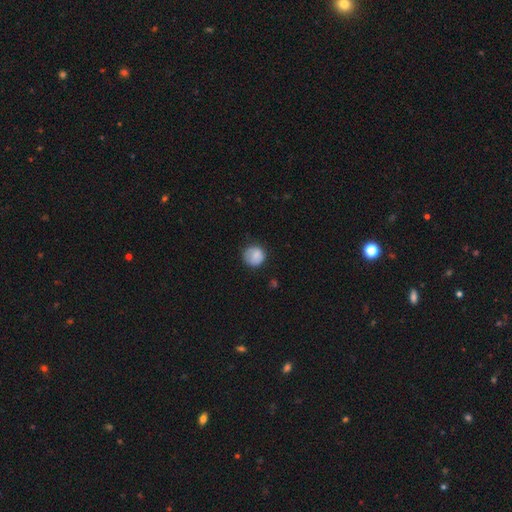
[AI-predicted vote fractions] Smooth or featured? smooth (82%)
How rounded? round (90%)
Merging? none (73%)